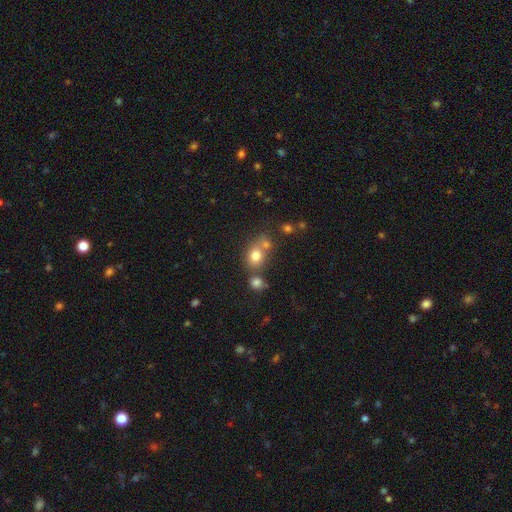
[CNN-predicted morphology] Smooth or featured? Predicted: smooth (p=0.76). How rounded? Predicted: round (p=0.53). Merging? Predicted: none (p=0.46).